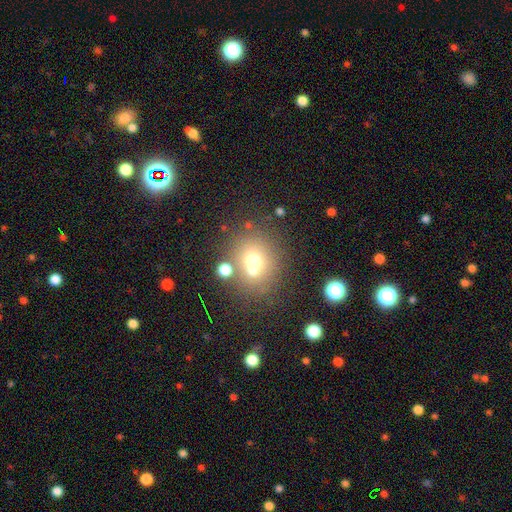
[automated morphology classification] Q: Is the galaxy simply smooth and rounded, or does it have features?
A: smooth — 57%.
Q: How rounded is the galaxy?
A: round — 69%.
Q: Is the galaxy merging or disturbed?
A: none — 69%.